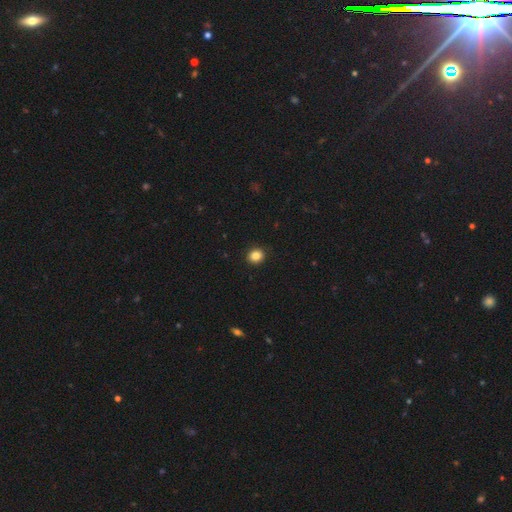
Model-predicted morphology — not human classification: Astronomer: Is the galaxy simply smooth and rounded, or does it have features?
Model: smooth — 85%.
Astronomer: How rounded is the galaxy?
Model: round — 81%.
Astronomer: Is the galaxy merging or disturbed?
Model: none — 92%.